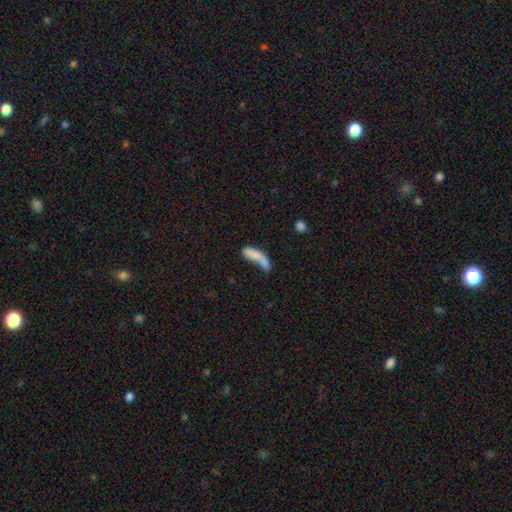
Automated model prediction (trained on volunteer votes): This is likely a smooth galaxy (71%). How rounded: possibly cigar-shaped (56%). Merging: marginally merger (38%).